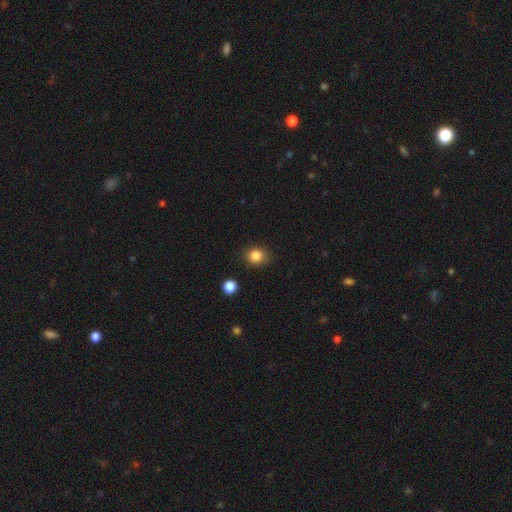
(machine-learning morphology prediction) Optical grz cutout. It shows a smooth galaxy with no disk features (84%) that is round (74%). Merging: none (87%).